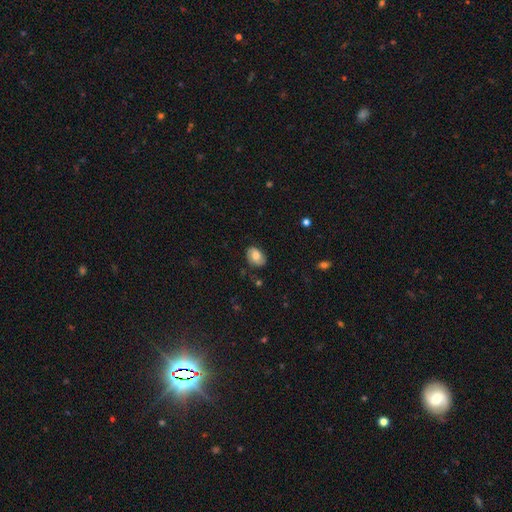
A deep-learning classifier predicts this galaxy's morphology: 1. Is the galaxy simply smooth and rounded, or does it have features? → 72% smooth, 20% featured or disk, 8% star or artifact.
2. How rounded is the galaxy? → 82% in between, 17% round, 1% cigar-shaped.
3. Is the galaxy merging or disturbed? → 78% none, 17% minor disturbance, 4% major disturbance, 1% merger.